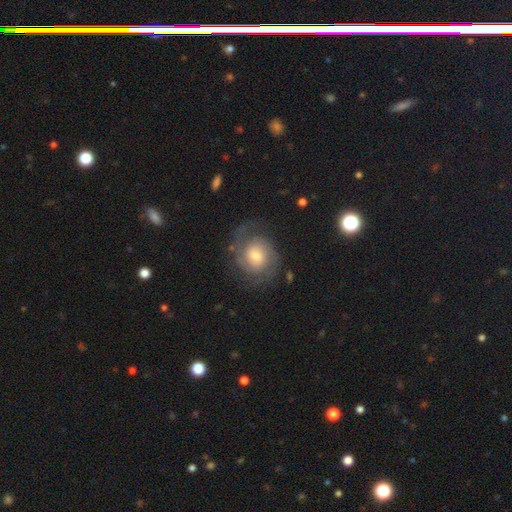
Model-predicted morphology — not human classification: smooth_or_featured: featured or disk (p=0.81) [alt: smooth p=0.12]
disk_edge_on: no (p=0.98) [alt: yes p=0.02]
bar: no (p=0.62) [alt: weak p=0.32]
has_spiral_arms: yes (p=0.95) [alt: no p=0.05]
spiral_winding: tight (p=0.49) [alt: medium p=0.39]
spiral_arm_count: 2 (p=0.73) [alt: can't tell p=0.12]
bulge_size: moderate (p=0.55) [alt: small p=0.34]
merging: none (p=0.74) [alt: minor disturbance p=0.14]